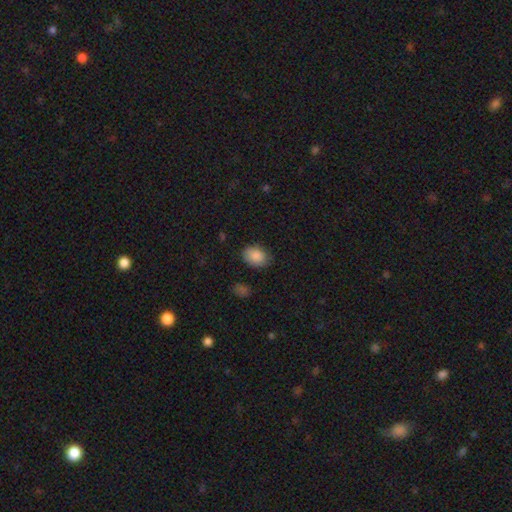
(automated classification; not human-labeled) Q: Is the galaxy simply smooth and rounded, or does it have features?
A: smooth — 87%.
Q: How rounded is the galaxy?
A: in between — 77%.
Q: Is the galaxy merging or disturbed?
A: none — 80%.